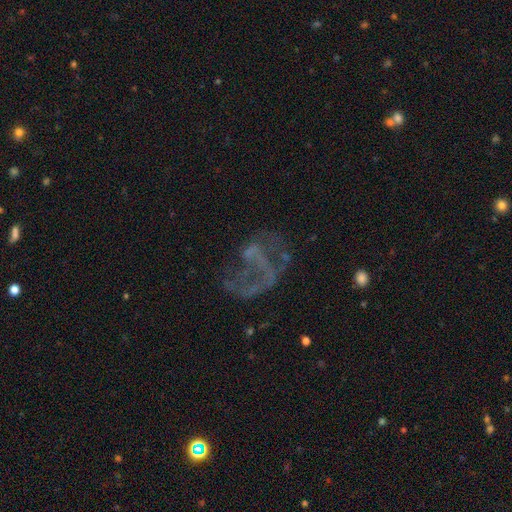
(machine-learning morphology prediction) Smooth or featured?
  - featured or disk: 62% *
  - star or artifact: 20%
  - smooth: 18%
Edge-on disk?
  - no: 98% *
  - yes: 2%
Bar?
  - no: 79% *
  - weak: 16%
  - strong: 6%
Spiral arms?
  - no: 66% *
  - yes: 34%
Bulge size?
  - none: 76% *
  - small: 15%
  - moderate: 6%
  - large: 2%
  - dominant: 1%
Merging?
  - major disturbance: 45% *
  - none: 35%
  - minor disturbance: 13%
  - merger: 7%